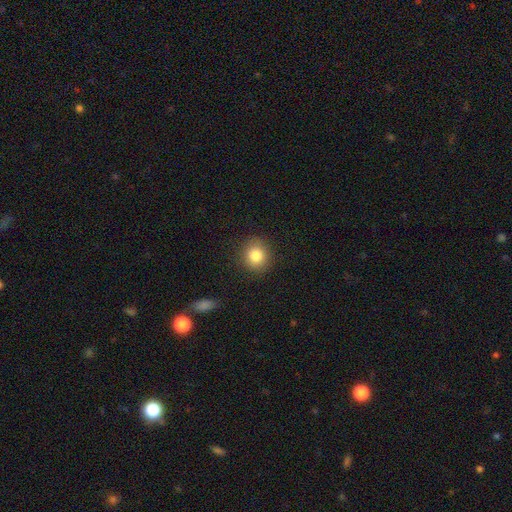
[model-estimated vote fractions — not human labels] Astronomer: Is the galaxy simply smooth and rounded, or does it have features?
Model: smooth — 83%.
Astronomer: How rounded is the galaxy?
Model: round — 81%.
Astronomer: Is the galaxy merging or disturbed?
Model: none — 88%.